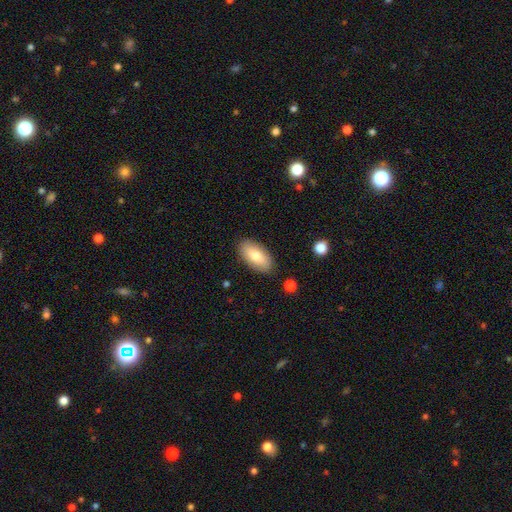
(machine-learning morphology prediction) A smooth galaxy with no disk features (78%) that is in between round and cigar-shaped (93%).

Vote fractions:
- Smooth or featured? smooth: 78% / featured or disk: 16% / star or artifact: 6%
- How rounded? in between: 93% / cigar-shaped: 5% / round: 3%
- Merging? none: 87% / minor disturbance: 9% / major disturbance: 2% / merger: 1%